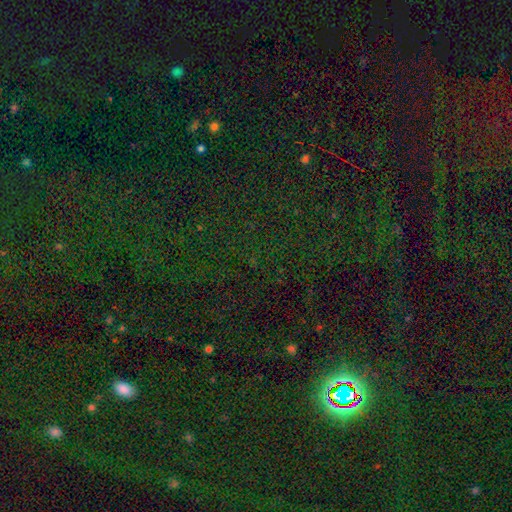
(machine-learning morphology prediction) Smooth or featured? Predicted: star or artifact (p=0.83).